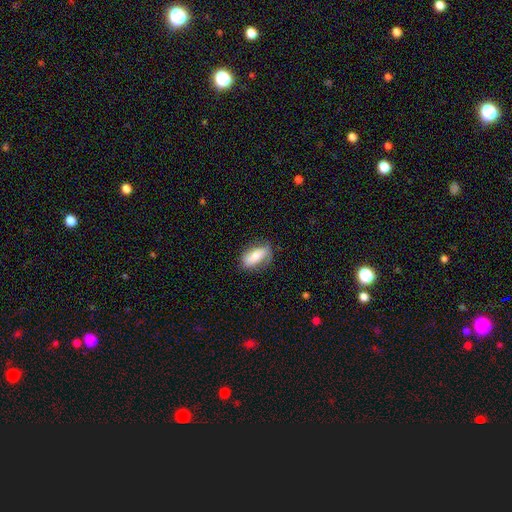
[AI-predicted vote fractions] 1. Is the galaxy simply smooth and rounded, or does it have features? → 73% smooth, 20% featured or disk, 7% star or artifact.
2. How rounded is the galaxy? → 83% in between, 13% cigar-shaped, 4% round.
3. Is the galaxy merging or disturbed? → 71% none, 21% minor disturbance, 6% major disturbance, 1% merger.